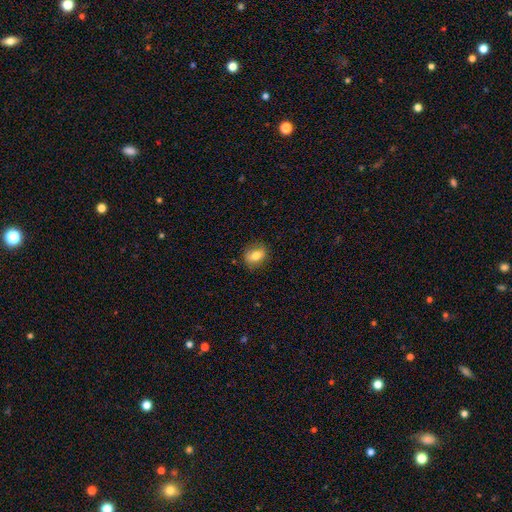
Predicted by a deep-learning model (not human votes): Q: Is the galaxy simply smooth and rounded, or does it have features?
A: smooth — 76%.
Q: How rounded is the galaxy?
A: in between — 60%.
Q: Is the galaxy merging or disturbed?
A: none — 82%.